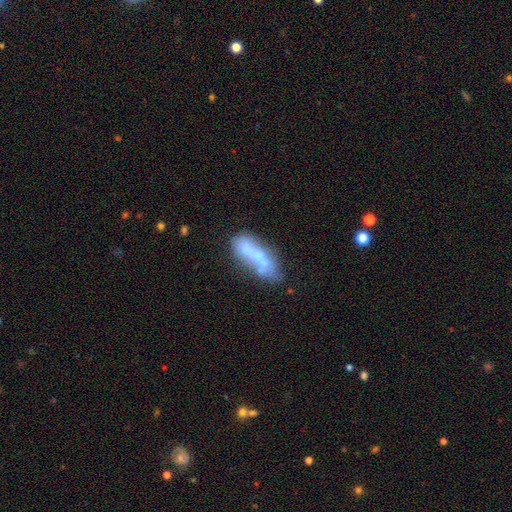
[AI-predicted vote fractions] Overall: smooth (46%; featured or disk 45%). Merging: merger (39%; none 30%).